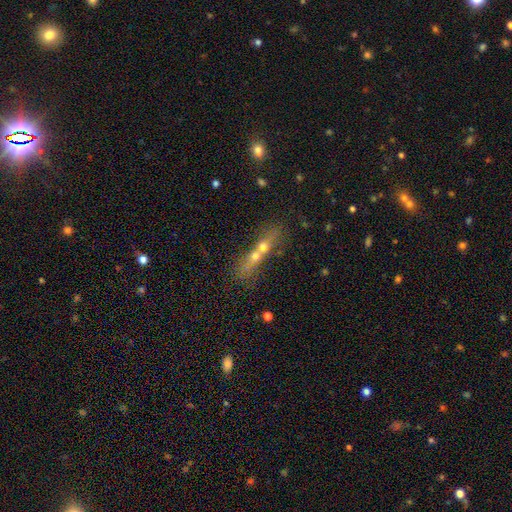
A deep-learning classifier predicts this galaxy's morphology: This appears to be a smooth galaxy with no disk features (46%). Merging: merger (54%).